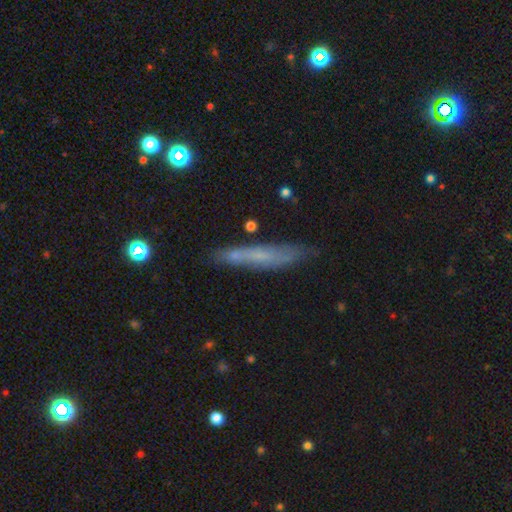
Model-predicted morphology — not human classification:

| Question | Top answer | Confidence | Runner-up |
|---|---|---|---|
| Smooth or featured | smooth | 51% | featured or disk (39%) |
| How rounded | cigar-shaped | 90% | in between (8%) |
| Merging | none | 75% | minor disturbance (18%) |